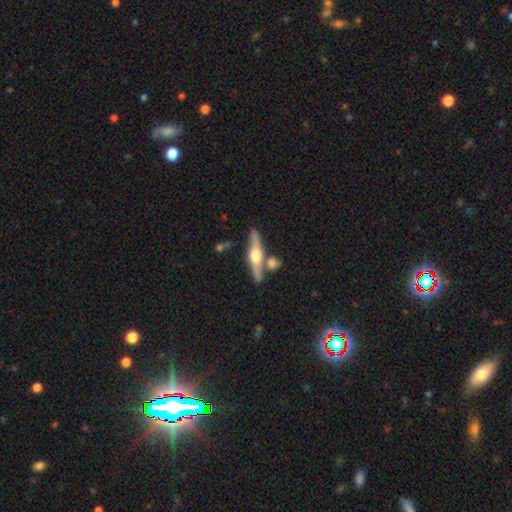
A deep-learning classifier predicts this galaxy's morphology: This is likely a featured or disk galaxy (75%). It is clearly viewed edge-on (95%). Edge-on bulge: clearly rounded (95%). Merging: likely none (73%).